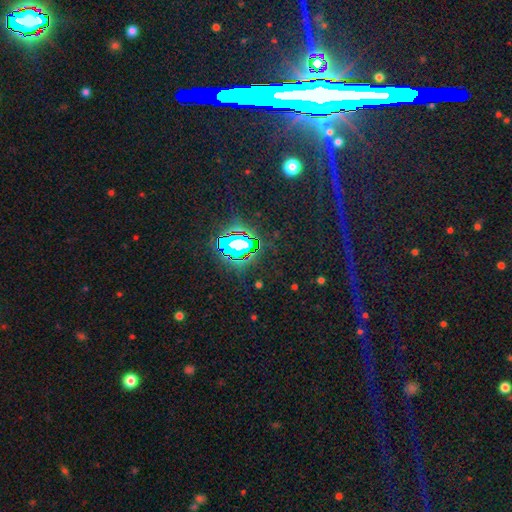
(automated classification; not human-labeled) A star or artifact, not a galaxy (77%).

Vote fractions:
- Smooth or featured? star or artifact: 77% / featured or disk: 14% / smooth: 9%